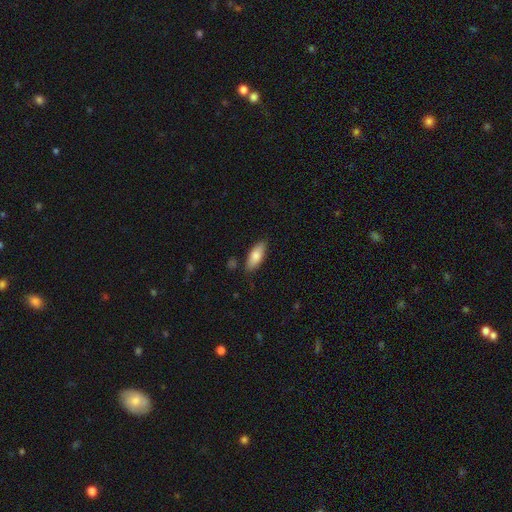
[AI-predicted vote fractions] A smooth galaxy with no disk features (79%) that is in between round and cigar-shaped (74%). Merging: none (83%).